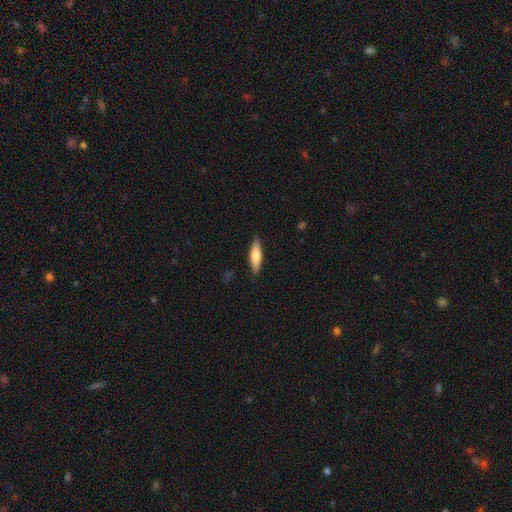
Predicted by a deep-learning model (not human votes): Smooth or featured? smooth (68%)
How rounded? cigar-shaped (66%)
Merging? none (89%)